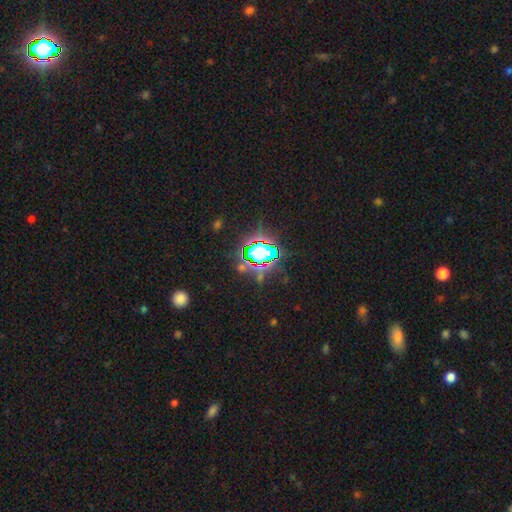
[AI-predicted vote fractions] smooth_or_featured: star or artifact (p=0.77) [alt: smooth p=0.14]